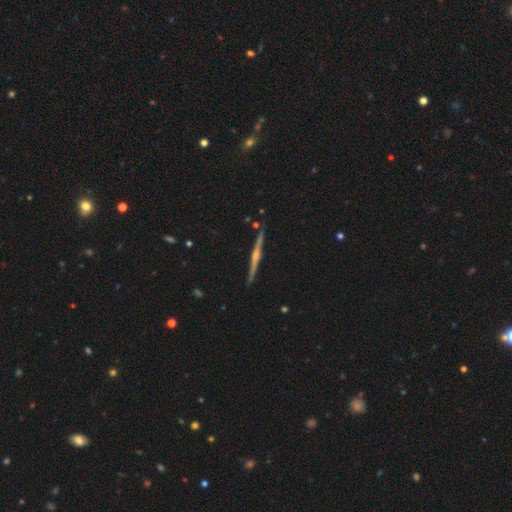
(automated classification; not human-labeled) smooth-or-featured: featured or disk: 74% | smooth: 16% | star or artifact: 10%
  disk-edge-on: yes: 96% | no: 4%
    edge-on-bulge: rounded: 75% | none: 16% | boxy: 9%
  merging: none: 85% | minor disturbance: 10% | major disturbance: 3% | merger: 3%